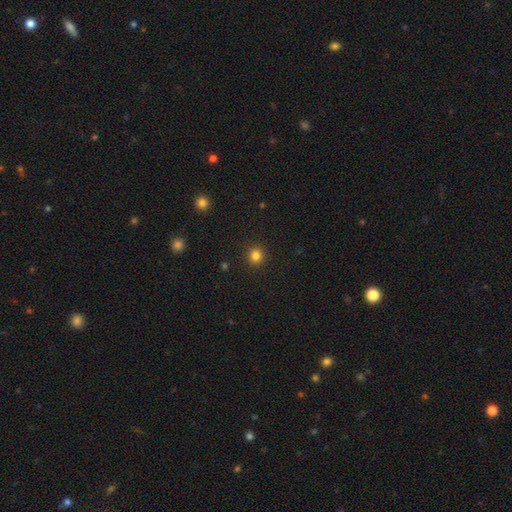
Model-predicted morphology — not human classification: smooth_or_featured: smooth (p=0.82) [alt: star or artifact p=0.13]
how_rounded: round (p=0.92) [alt: in between p=0.07]
merging: none (p=0.92) [alt: minor disturbance p=0.05]